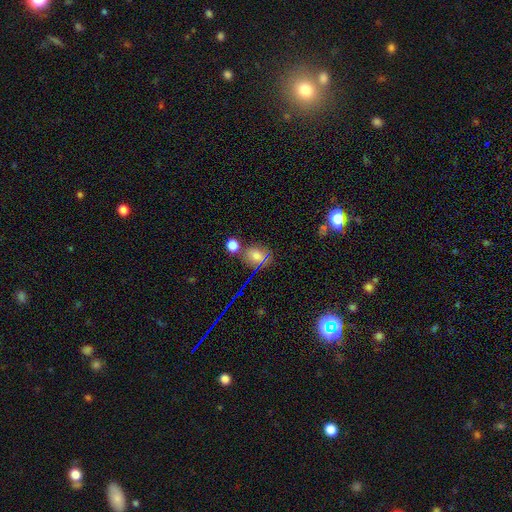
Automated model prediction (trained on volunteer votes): A smooth galaxy with no disk features (63%) that is round (60%).

Vote fractions:
- Smooth or featured? smooth: 63% / star or artifact: 27% / featured or disk: 10%
- How rounded? round: 60% / in between: 38% / cigar-shaped: 2%
- Merging? none: 67% / merger: 15% / minor disturbance: 12% / major disturbance: 5%